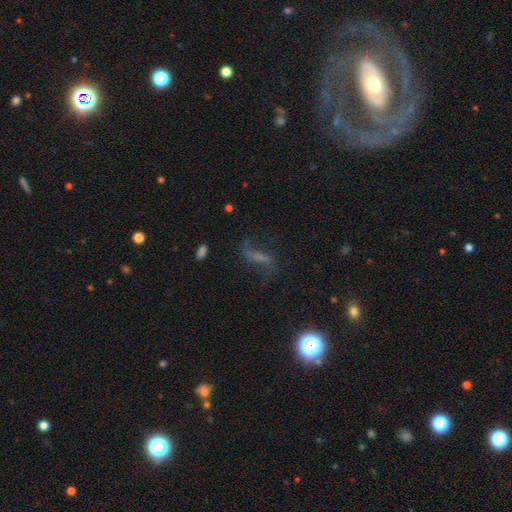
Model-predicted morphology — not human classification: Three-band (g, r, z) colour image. It shows a featured or disk galaxy (54%). Merging: none (65%).